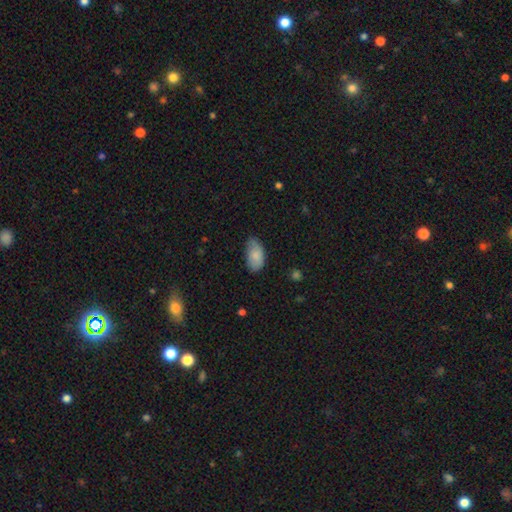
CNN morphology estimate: This is clearly a smooth galaxy (81%). How rounded: clearly in between (94%). Merging: possibly none (60%).